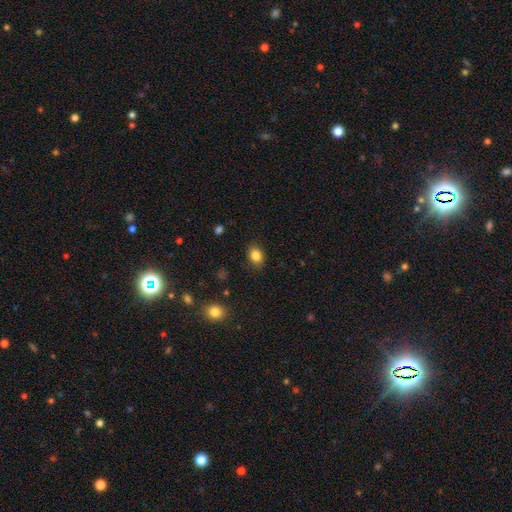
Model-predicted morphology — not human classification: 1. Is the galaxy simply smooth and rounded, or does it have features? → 84% smooth, 10% star or artifact, 6% featured or disk.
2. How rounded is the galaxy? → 62% in between, 37% round, 1% cigar-shaped.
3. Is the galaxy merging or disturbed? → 86% none, 10% minor disturbance, 3% major disturbance, 1% merger.